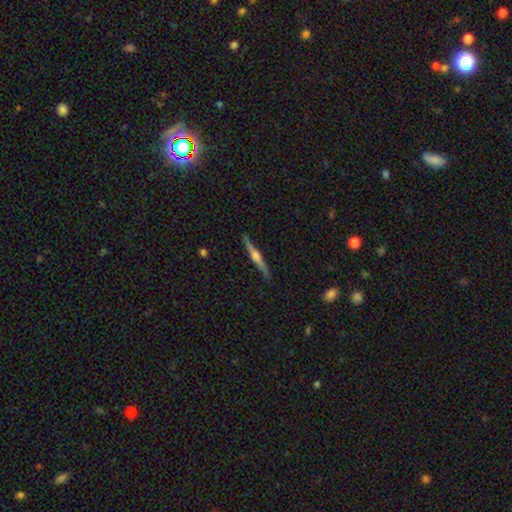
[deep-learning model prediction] Smooth or featured? Predicted: featured or disk (p=0.75). Edge-on disk? Predicted: yes (p=0.98). Edge-on bulge? Predicted: rounded (p=0.85). Merging? Predicted: none (p=0.89).